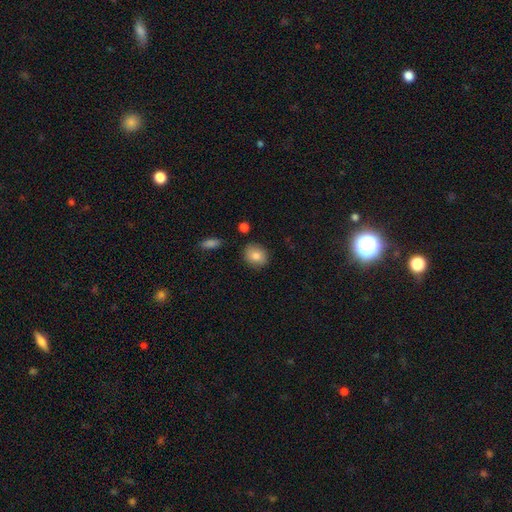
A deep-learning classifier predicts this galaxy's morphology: The model was most divided on "how rounded": round: 60%, in between: 39%, cigar-shaped: 1%. More confident: merging — none (84%); smooth or featured — smooth (83%).